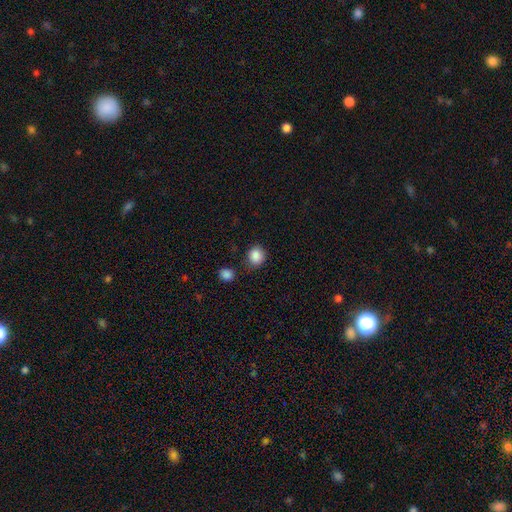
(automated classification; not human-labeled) smooth-or-featured: smooth: 87% | star or artifact: 9% | featured or disk: 4%
  how-rounded: round: 74% | in between: 25% | cigar-shaped: 1%
  merging: none: 75% | minor disturbance: 15% | merger: 6% | major disturbance: 4%